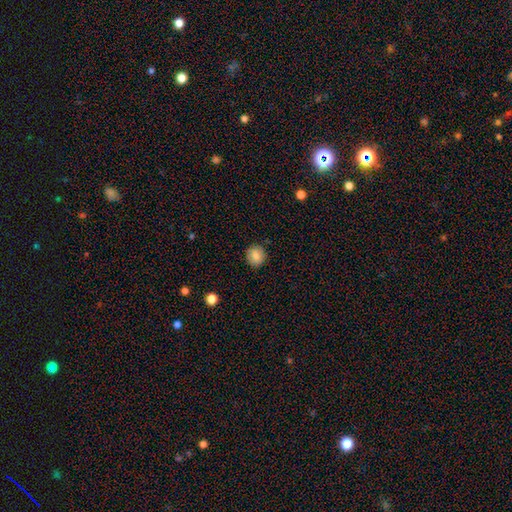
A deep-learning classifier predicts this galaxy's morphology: A smooth galaxy with no disk features (82%) that is round (88%). Merging: none (89%).